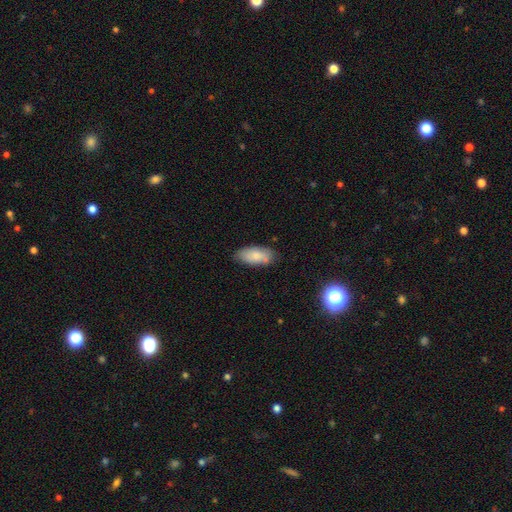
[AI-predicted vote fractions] A smooth galaxy with no disk features (79%) that is in between round and cigar-shaped (89%).

Vote fractions:
- Smooth or featured? smooth: 79% / featured or disk: 14% / star or artifact: 7%
- How rounded? in between: 89% / cigar-shaped: 8% / round: 2%
- Merging? none: 74% / minor disturbance: 20% / major disturbance: 4% / merger: 3%